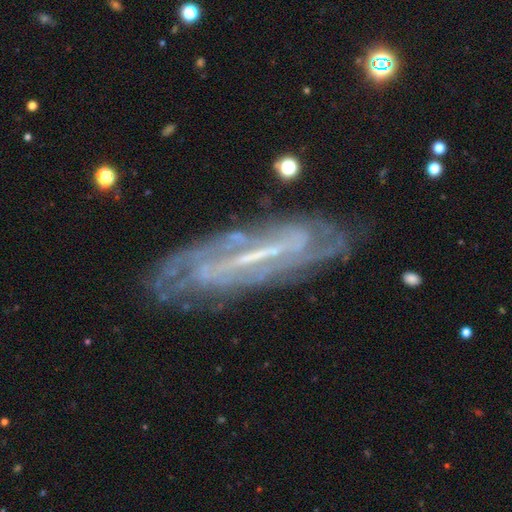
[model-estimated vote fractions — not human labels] Morphology: type=featured or disk (82%); edge-on=no (75%); bar=strong (62%); spiral arms=yes (85%); winding=tight (58%); arm count=can't tell (46%); bulge=small (49%); merging=none (75%).